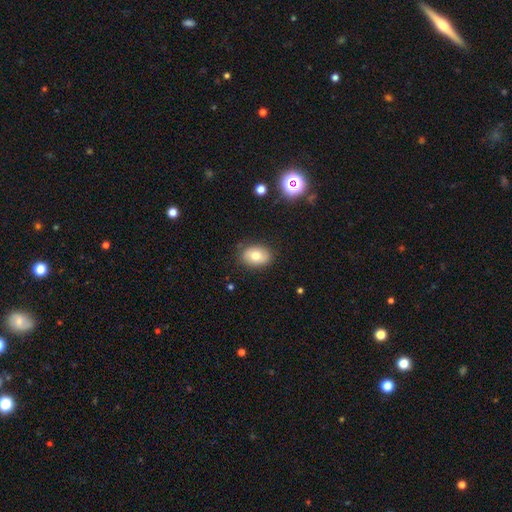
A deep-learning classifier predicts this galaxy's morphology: Smooth or featured: smooth — 76% (featured or disk — 15%)
How rounded: in between — 77% (round — 22%)
Merging: none — 83% (minor disturbance — 13%)